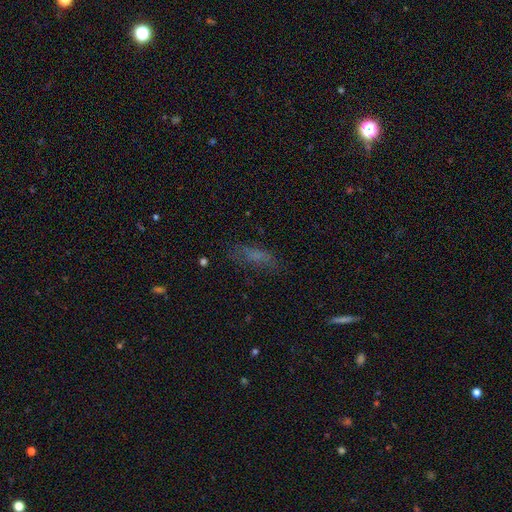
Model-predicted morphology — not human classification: A smooth galaxy with no disk features (61%) that is in between round and cigar-shaped (56%).

Vote fractions:
- Smooth or featured? smooth: 61% / featured or disk: 20% / star or artifact: 19%
- How rounded? in between: 56% / cigar-shaped: 40% / round: 4%
- Merging? none: 64% / minor disturbance: 22% / major disturbance: 12% / merger: 2%